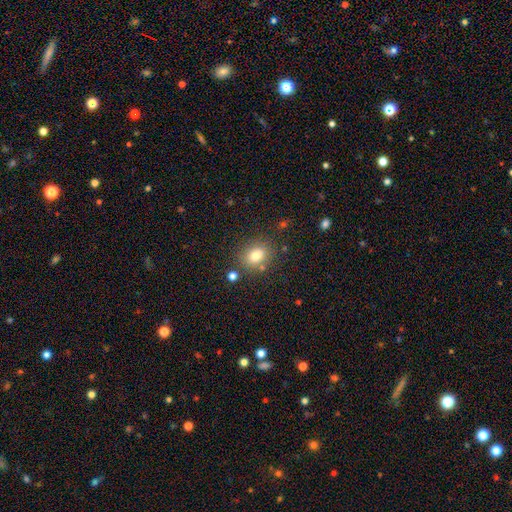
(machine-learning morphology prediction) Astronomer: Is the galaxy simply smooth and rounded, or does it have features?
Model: smooth — 79%.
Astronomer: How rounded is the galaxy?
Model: in between — 51% (runner-up: round, 48%).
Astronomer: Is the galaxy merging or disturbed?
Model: none — 75%.